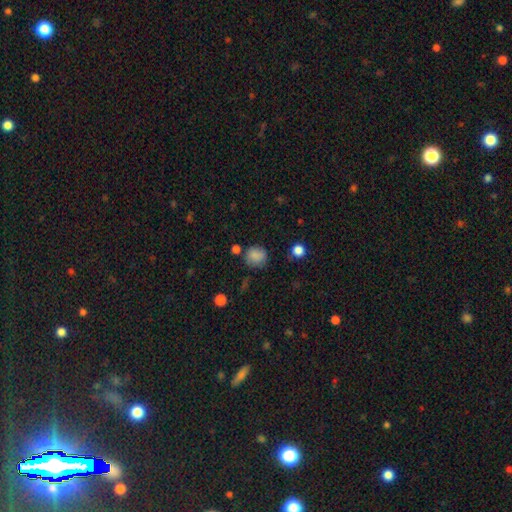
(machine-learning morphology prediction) This appears to be a smooth galaxy with no disk features (82%) that is round (85%). Merging: none (72%).